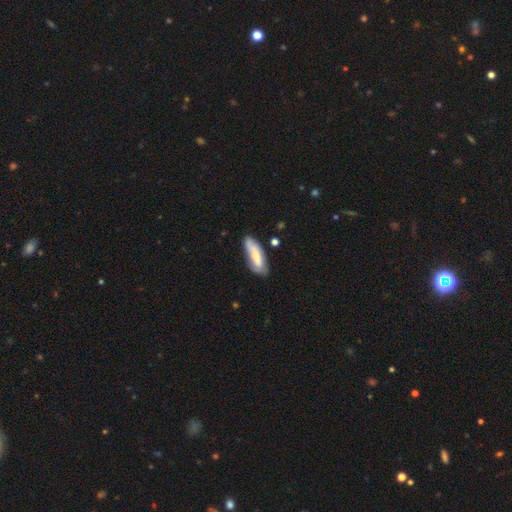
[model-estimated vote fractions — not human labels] smooth_or_featured: smooth (p=0.53) [alt: featured or disk p=0.41]
how_rounded: in between (p=0.60) [alt: cigar-shaped p=0.38]
merging: none (p=0.66) [alt: minor disturbance p=0.24]